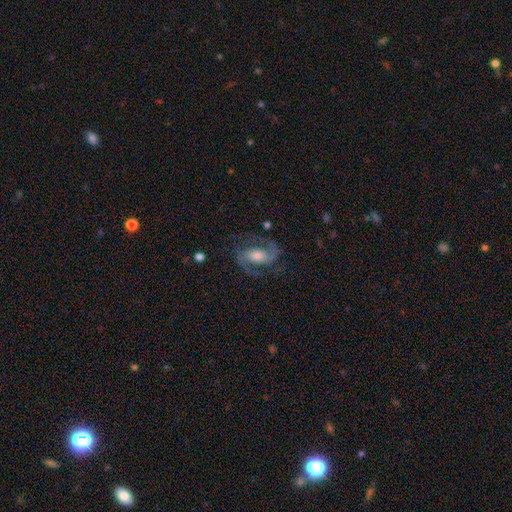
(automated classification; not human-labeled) Smooth or featured?
  - featured or disk: 89% *
  - smooth: 6%
  - star or artifact: 5%
Edge-on disk?
  - no: 97% *
  - yes: 3%
Bar?
  - weak: 40% *
  - no: 39%
  - strong: 22%
Spiral arms?
  - yes: 97% *
  - no: 3%
Spiral winding?
  - medium: 61% *
  - loose: 20%
  - tight: 20%
Spiral arm count?
  - 2: 92% *
  - can't tell: 2%
  - 3: 2%
  - 1: 2%
  - 4: 1%
  - more than 4: 1%
Bulge size?
  - moderate: 54% *
  - small: 30%
  - large: 11%
  - none: 3%
  - dominant: 2%
Merging?
  - none: 75% *
  - minor disturbance: 14%
  - major disturbance: 9%
  - merger: 1%